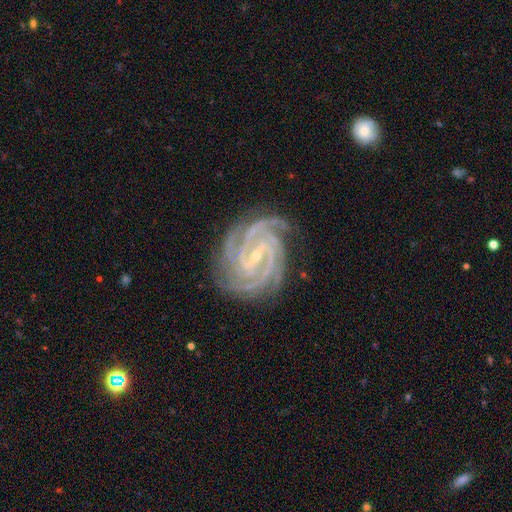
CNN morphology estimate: Smooth or featured?
  - featured or disk: 93% *
  - star or artifact: 5%
  - smooth: 3%
Edge-on disk?
  - no: 98% *
  - yes: 2%
Bar?
  - strong: 45% *
  - weak: 39%
  - no: 17%
Spiral arms?
  - yes: 99% *
  - no: 1%
Spiral winding?
  - tight: 78% *
  - medium: 20%
  - loose: 2%
Spiral arm count?
  - 4: 36% *
  - 3: 27%
  - 2: 12%
  - more than 4: 9%
  - can't tell: 9%
  - 1: 7%
Bulge size?
  - small: 79% *
  - moderate: 17%
  - none: 2%
  - large: 1%
  - dominant: 1%
Merging?
  - none: 80% *
  - minor disturbance: 15%
  - major disturbance: 4%
  - merger: 1%